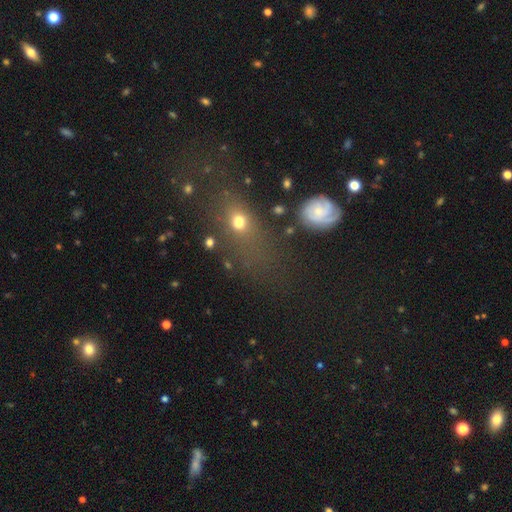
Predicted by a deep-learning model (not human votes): smooth 47%, star or artifact 30%, featured or disk 23%. Down the decision tree: merging — none (56%).